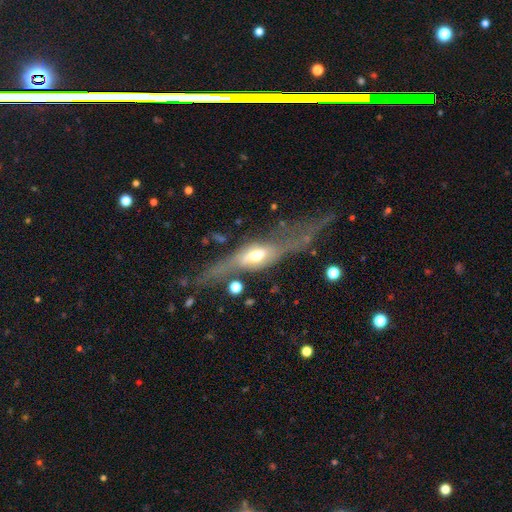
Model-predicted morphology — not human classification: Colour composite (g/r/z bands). It shows a featured or disk galaxy (75%) viewed edge-on (73%) with a rounded central bulge (81%). Merging: none (53%).